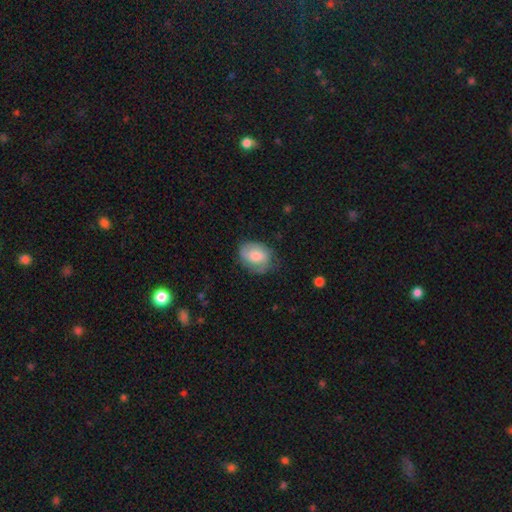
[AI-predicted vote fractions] This is likely a smooth galaxy (65%). How rounded: likely in between (70%). Merging: likely none (63%).